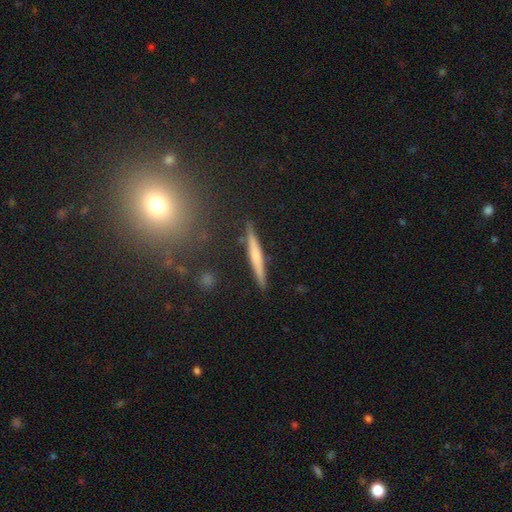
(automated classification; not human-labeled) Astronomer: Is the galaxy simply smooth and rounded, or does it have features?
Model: featured or disk — 47% (runner-up: smooth, 46%).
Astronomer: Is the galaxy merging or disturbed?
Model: none — 89%.